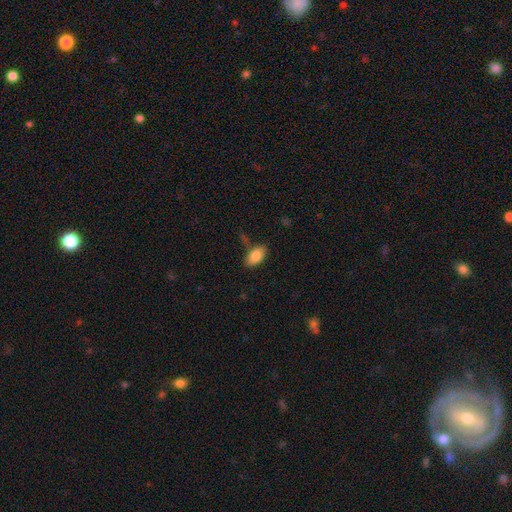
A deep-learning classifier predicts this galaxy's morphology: Smooth or featured? smooth (84%)
How rounded? in between (92%)
Merging? none (73%)